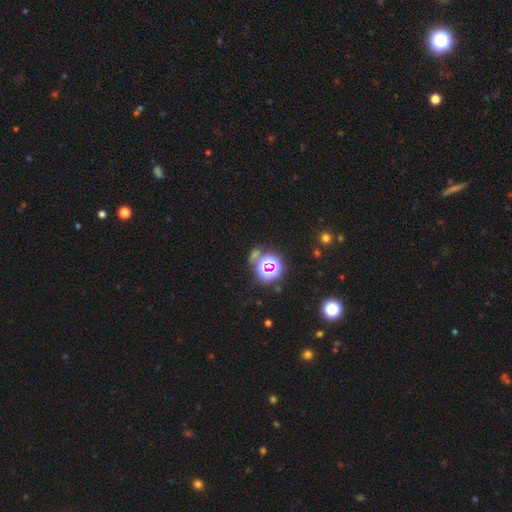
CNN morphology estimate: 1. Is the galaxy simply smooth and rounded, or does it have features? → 68% star or artifact, 21% smooth, 10% featured or disk.